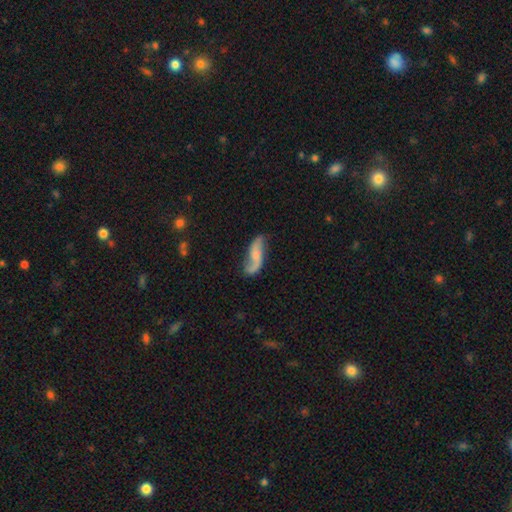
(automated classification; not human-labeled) Smooth or featured: featured or disk — 74% (smooth — 19%)
Edge-on disk: no — 94% (yes — 6%)
Bar: no — 57% (weak — 33%)
Spiral arms: yes — 94% (no — 6%)
Spiral winding: loose — 79% (medium — 16%)
Spiral arm count: 2 — 87% (1 — 7%)
Bulge size: small — 41% (none — 33%)
Merging: none — 67% (minor disturbance — 20%)